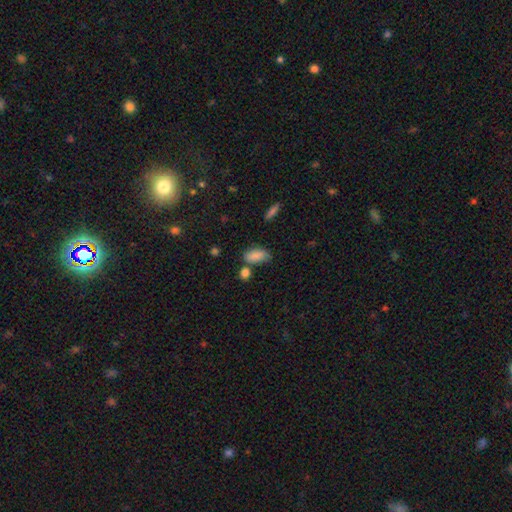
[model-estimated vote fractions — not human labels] smooth-or-featured: smooth: 86% | star or artifact: 8% | featured or disk: 6%
  how-rounded: in between: 91% | round: 4% | cigar-shaped: 4%
  merging: none: 60% | minor disturbance: 21% | merger: 14% | major disturbance: 6%